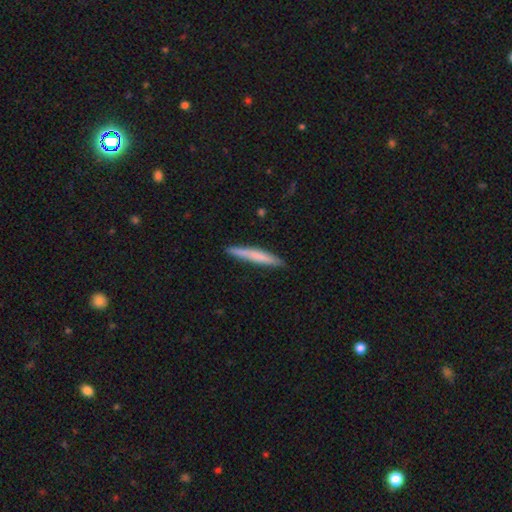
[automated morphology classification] Q: Smooth or featured?
A: smooth (69%); runner-up: featured or disk (26%)
Q: How rounded?
A: cigar-shaped (96%); runner-up: in between (3%)
Q: Merging?
A: none (89%); runner-up: minor disturbance (8%)